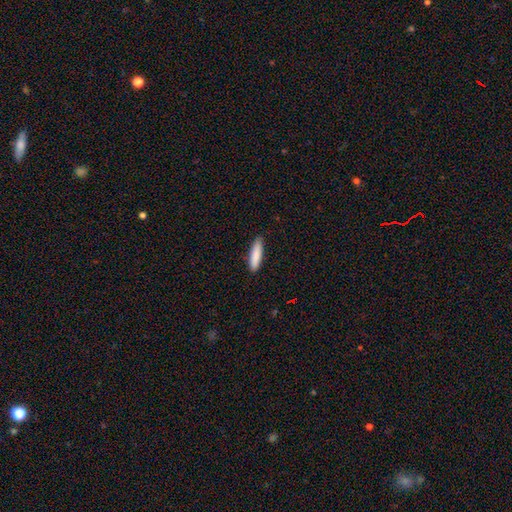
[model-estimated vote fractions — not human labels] The model was most divided on "how rounded": cigar-shaped: 73%, in between: 26%, round: 1%. More confident: merging — none (88%); smooth or featured — smooth (87%).